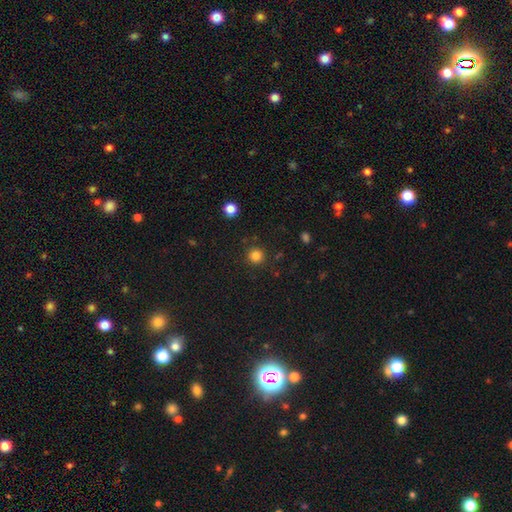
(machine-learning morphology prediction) The model was most divided on "smooth or featured": smooth: 83%, star or artifact: 13%, featured or disk: 4%. More confident: how rounded — round (95%); merging — none (89%).